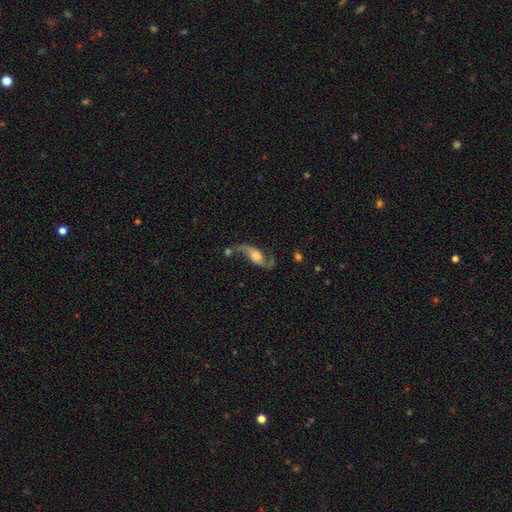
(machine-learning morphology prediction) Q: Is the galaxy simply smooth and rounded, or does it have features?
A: featured or disk — 83%.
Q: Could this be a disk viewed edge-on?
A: no — 93%.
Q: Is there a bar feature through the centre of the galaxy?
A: no — 54%.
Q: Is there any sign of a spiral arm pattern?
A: yes — 95%.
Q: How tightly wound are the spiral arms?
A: loose — 84%.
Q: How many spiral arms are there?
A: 2 — 92%.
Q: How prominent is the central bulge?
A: moderate — 34%.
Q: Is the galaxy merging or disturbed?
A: none — 54%.